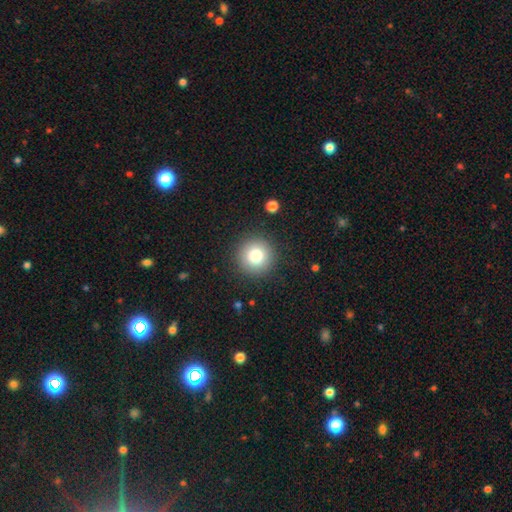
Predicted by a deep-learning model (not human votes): The model was most divided on "smooth or featured": smooth: 80%, star or artifact: 11%, featured or disk: 9%. More confident: how rounded — round (96%); merging — none (90%).